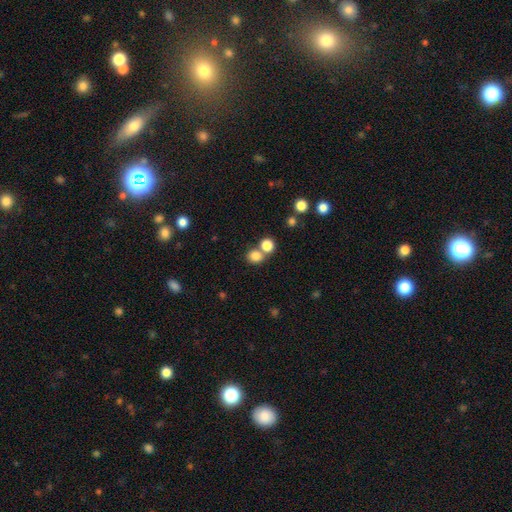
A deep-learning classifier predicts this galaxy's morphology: Overall: smooth (81%). How rounded: round (72%). Merging: none (56%; merger 33%).